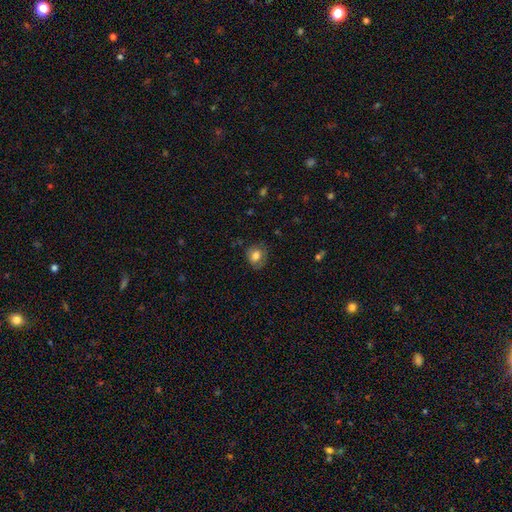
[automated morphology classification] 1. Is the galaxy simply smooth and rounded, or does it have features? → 76% smooth, 15% featured or disk, 9% star or artifact.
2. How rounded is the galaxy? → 66% round, 34% in between, 1% cigar-shaped.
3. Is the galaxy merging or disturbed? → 69% none, 22% minor disturbance, 8% major disturbance, 1% merger.